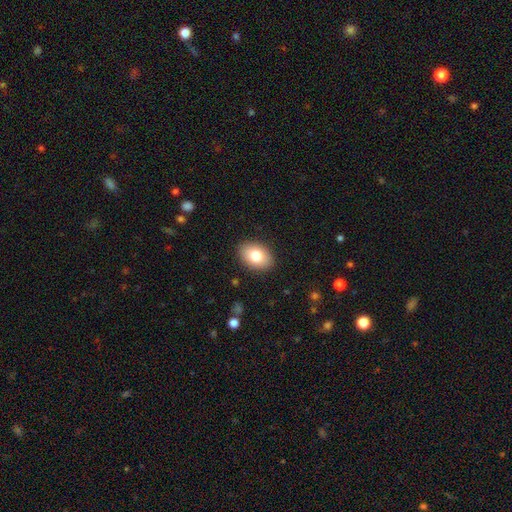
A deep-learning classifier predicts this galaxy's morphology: Q: Smooth or featured?
A: smooth (79%); runner-up: featured or disk (13%)
Q: How rounded?
A: in between (82%); runner-up: round (17%)
Q: Merging?
A: none (89%); runner-up: minor disturbance (8%)